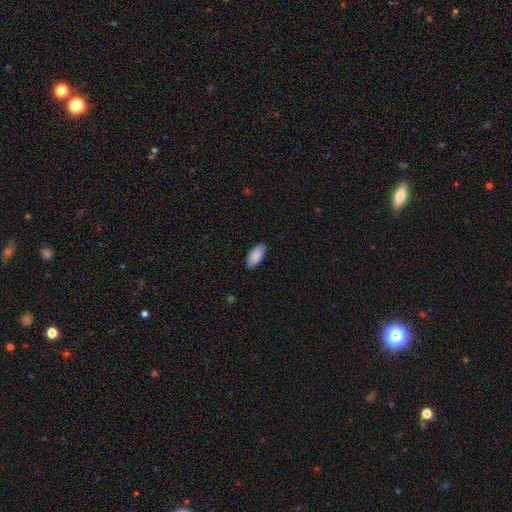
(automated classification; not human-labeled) A smooth galaxy with no disk features (89%) that is in between round and cigar-shaped (90%).

Vote fractions:
- Smooth or featured? smooth: 89% / star or artifact: 6% / featured or disk: 5%
- How rounded? in between: 90% / cigar-shaped: 8% / round: 2%
- Merging? none: 88% / minor disturbance: 10% / major disturbance: 2% / merger: 1%